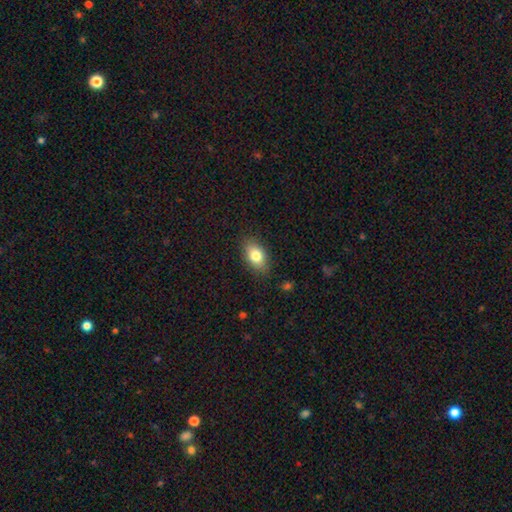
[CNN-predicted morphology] Smooth or featured?
  - smooth: 80% *
  - featured or disk: 12%
  - star or artifact: 8%
How rounded?
  - in between: 87% *
  - round: 10%
  - cigar-shaped: 3%
Merging?
  - none: 84% *
  - minor disturbance: 12%
  - major disturbance: 3%
  - merger: 1%